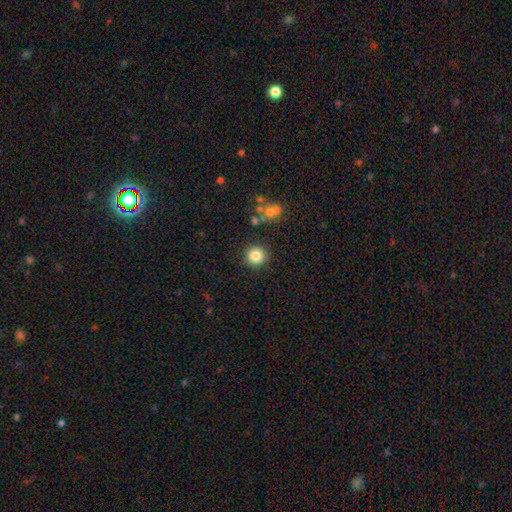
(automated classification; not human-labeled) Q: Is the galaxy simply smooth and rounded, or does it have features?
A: smooth — 83%.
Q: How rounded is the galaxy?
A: round — 93%.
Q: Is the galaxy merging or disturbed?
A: none — 88%.